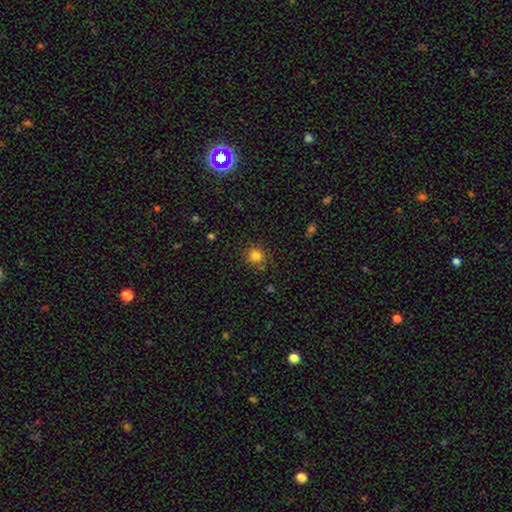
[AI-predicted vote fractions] A smooth galaxy with no disk features (82%) that is round (88%).

Vote fractions:
- Smooth or featured? smooth: 82% / star or artifact: 13% / featured or disk: 5%
- How rounded? round: 88% / in between: 11% / cigar-shaped: 1%
- Merging? none: 81% / minor disturbance: 12% / merger: 4% / major disturbance: 3%